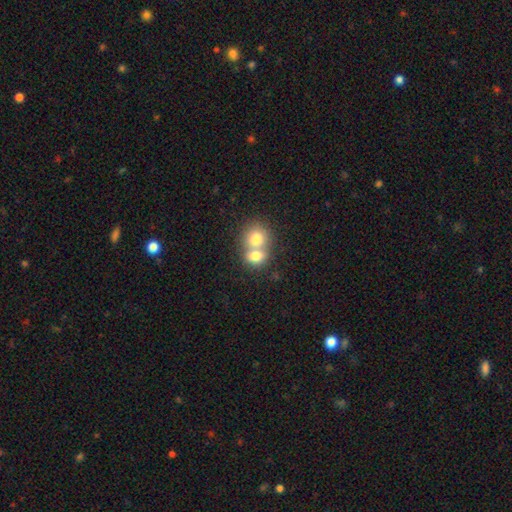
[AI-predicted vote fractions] Smooth or featured?
  - smooth: 76% *
  - featured or disk: 16%
  - star or artifact: 9%
How rounded?
  - round: 63% *
  - in between: 36%
  - cigar-shaped: 1%
Merging?
  - merger: 69% *
  - none: 23%
  - minor disturbance: 5%
  - major disturbance: 2%